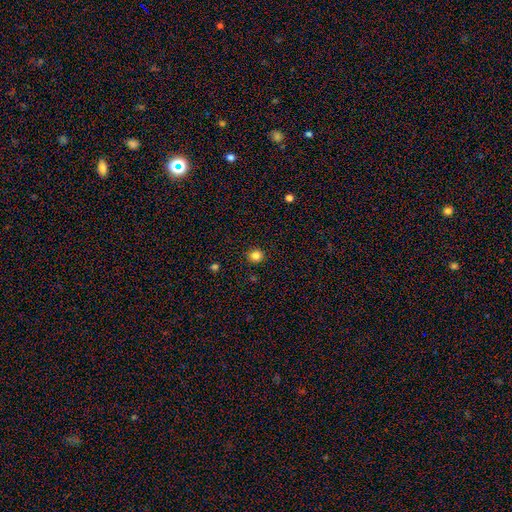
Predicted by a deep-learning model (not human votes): smooth-or-featured: smooth: 83% | star or artifact: 13% | featured or disk: 4%
  how-rounded: round: 91% | in between: 8% | cigar-shaped: 1%
  merging: none: 89% | minor disturbance: 7% | major disturbance: 2% | merger: 1%